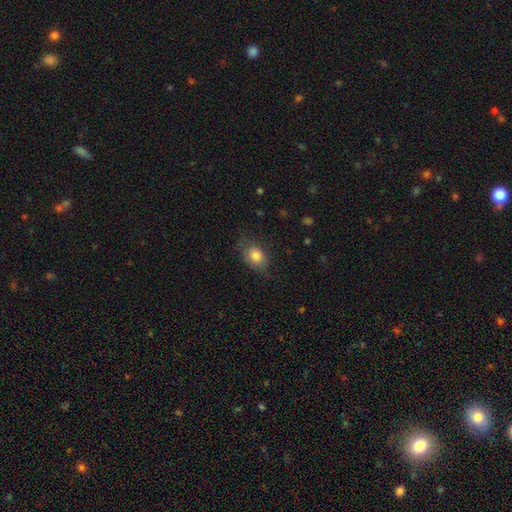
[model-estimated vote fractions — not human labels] The model was most divided on "merging": none: 67%, minor disturbance: 24%, major disturbance: 8%, merger: 1%. More confident: smooth or featured — smooth (81%); how rounded — in between (75%).